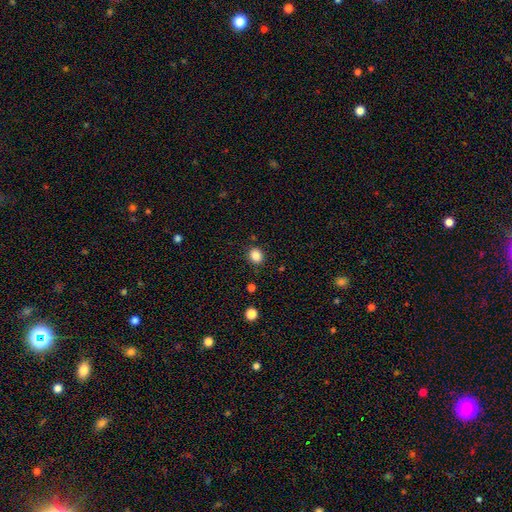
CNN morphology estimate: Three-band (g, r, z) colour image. It shows a smooth galaxy with no disk features (85%) that is round (72%). Merging: none (87%).